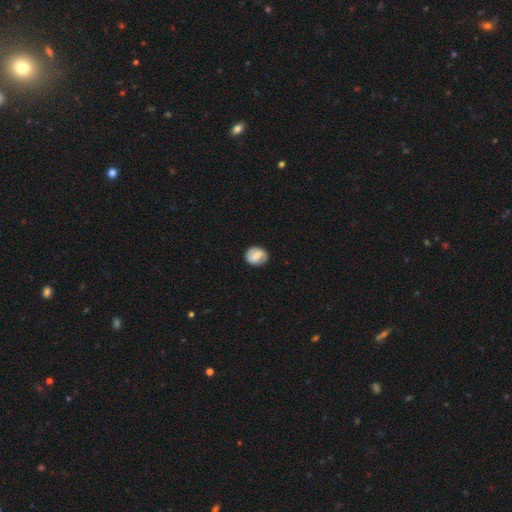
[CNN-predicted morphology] Q: Smooth or featured?
A: smooth (56%); runner-up: featured or disk (37%)
Q: How rounded?
A: round (57%); runner-up: in between (41%)
Q: Merging?
A: none (82%); runner-up: minor disturbance (13%)